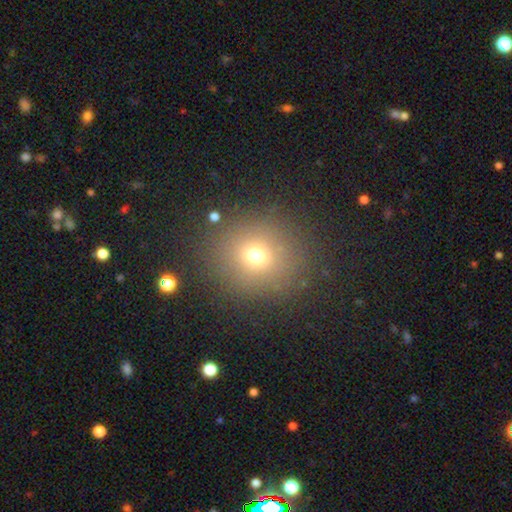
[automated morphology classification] smooth_or_featured: smooth (p=0.69) [alt: star or artifact p=0.21]
how_rounded: round (p=0.84) [alt: in between p=0.15]
merging: none (p=0.86) [alt: minor disturbance p=0.08]